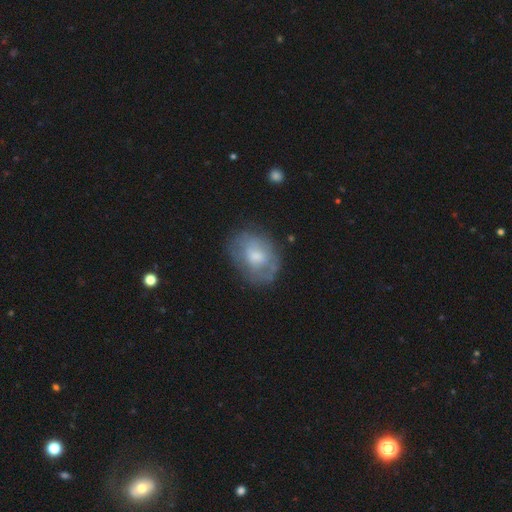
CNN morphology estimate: This appears to be a smooth galaxy with no disk features (51%) that is in between round and cigar-shaped (65%). Merging: none (66%).